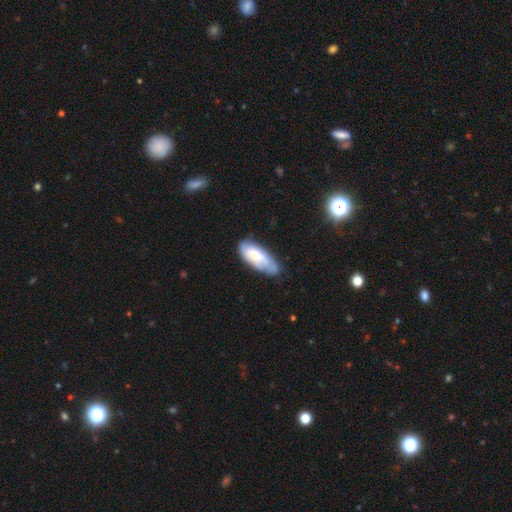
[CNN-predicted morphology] A smooth galaxy with no disk features (63%) that is in between round and cigar-shaped (80%). Merging: none (50%).